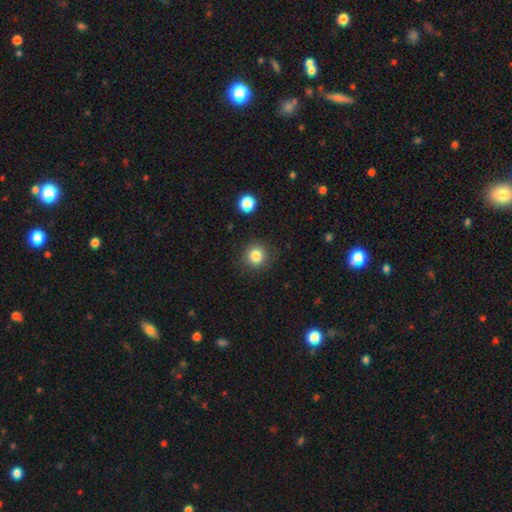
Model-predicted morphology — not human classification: Q: Smooth or featured?
A: smooth (83%); runner-up: star or artifact (11%)
Q: How rounded?
A: round (90%); runner-up: in between (9%)
Q: Merging?
A: none (86%); runner-up: minor disturbance (9%)